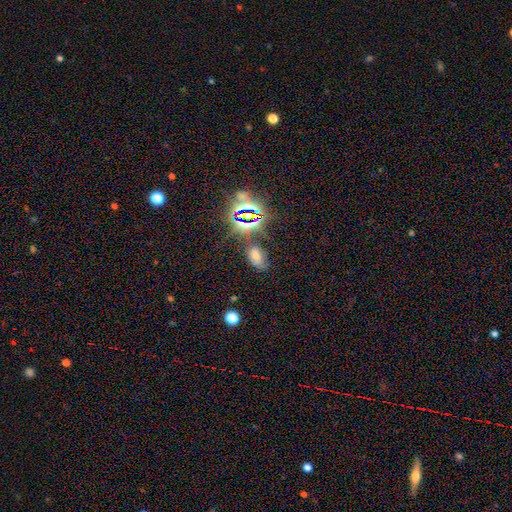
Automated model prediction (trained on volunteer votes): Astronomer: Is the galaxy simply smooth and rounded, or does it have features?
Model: smooth — 53% (runner-up: star or artifact, 36%).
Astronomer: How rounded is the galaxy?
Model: in between — 91%.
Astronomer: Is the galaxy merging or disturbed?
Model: none — 66%.